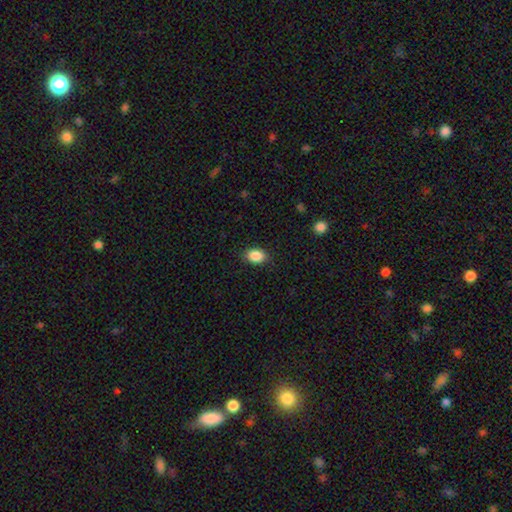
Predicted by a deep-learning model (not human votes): smooth-or-featured: smooth: 88% | star or artifact: 8% | featured or disk: 4%
  how-rounded: in between: 79% | round: 20% | cigar-shaped: 1%
  merging: none: 87% | minor disturbance: 9% | major disturbance: 2% | merger: 1%